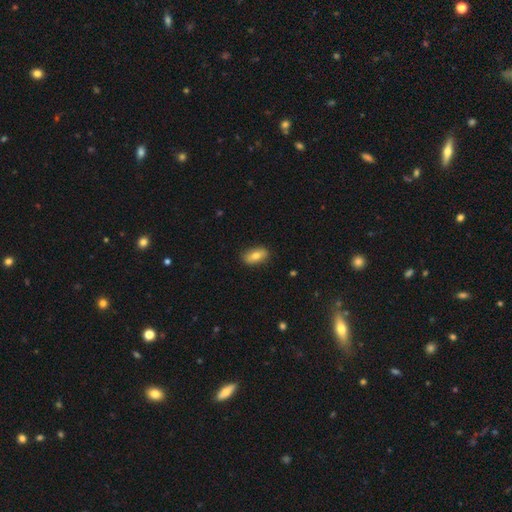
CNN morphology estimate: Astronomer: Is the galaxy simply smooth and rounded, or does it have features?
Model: smooth — 73%.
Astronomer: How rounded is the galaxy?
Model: in between — 85%.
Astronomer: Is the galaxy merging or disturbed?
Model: none — 87%.